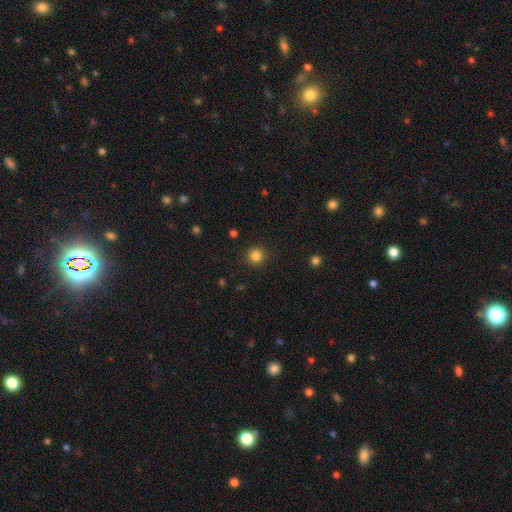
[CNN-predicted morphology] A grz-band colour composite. It shows a smooth galaxy with no disk features (84%) that is round (94%). Merging: none (91%).